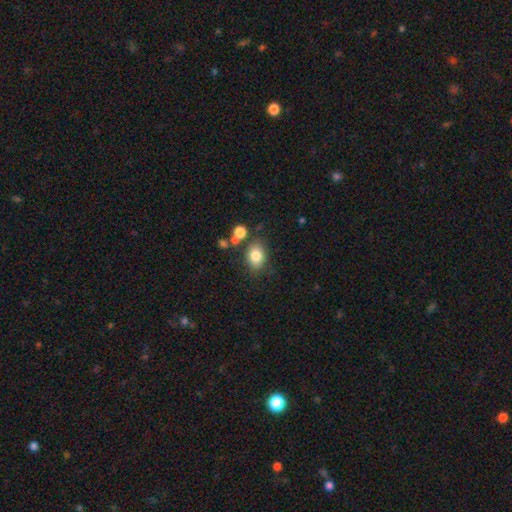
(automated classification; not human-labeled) Smooth or featured?
  - smooth: 81% *
  - star or artifact: 10%
  - featured or disk: 9%
How rounded?
  - in between: 70% *
  - round: 29%
  - cigar-shaped: 1%
Merging?
  - none: 72% *
  - minor disturbance: 14%
  - merger: 10%
  - major disturbance: 4%